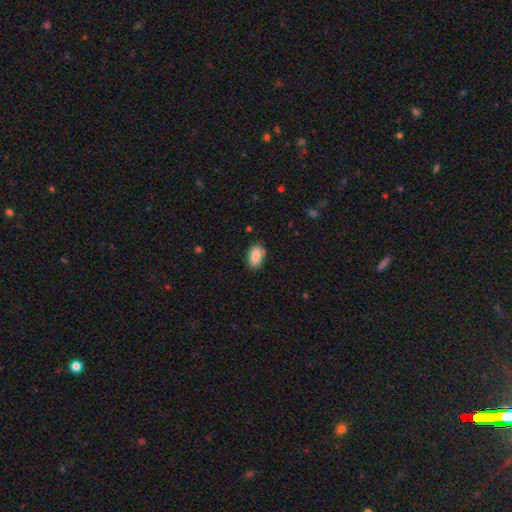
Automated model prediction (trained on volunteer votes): Q: Smooth or featured?
A: smooth (89%); runner-up: star or artifact (7%)
Q: How rounded?
A: in between (93%); runner-up: round (5%)
Q: Merging?
A: none (83%); runner-up: minor disturbance (14%)